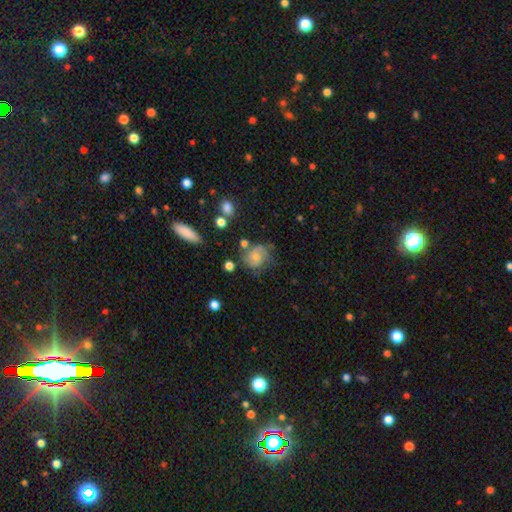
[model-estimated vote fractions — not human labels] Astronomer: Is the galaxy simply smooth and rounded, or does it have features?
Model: featured or disk — 51% (runner-up: smooth, 40%).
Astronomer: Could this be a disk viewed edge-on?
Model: no — 97%.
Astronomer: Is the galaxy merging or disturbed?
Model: none — 53%.